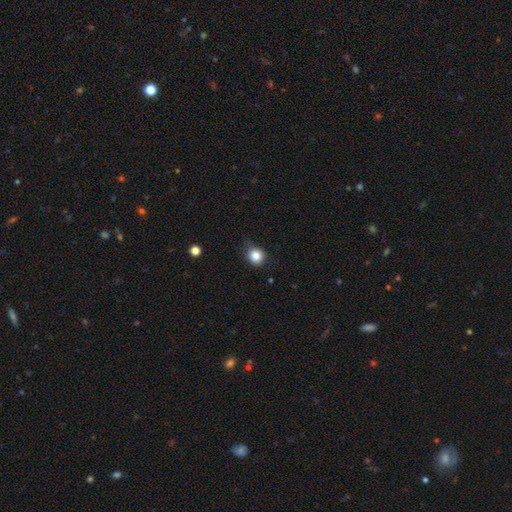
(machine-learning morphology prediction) This appears to be a smooth galaxy with no disk features (83%) that is round (86%). Merging: none (76%).